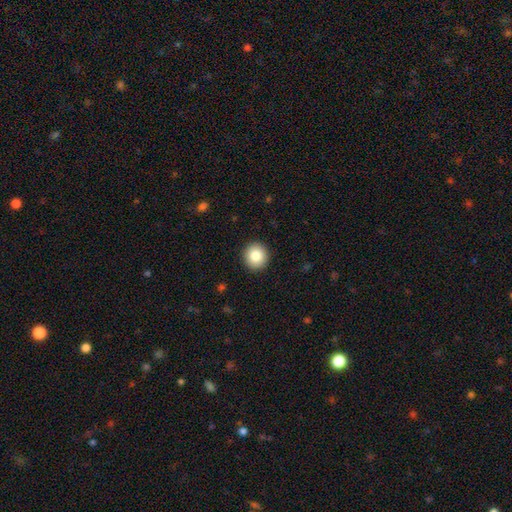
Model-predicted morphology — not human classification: Smooth or featured: smooth — 83% (star or artifact — 9%)
How rounded: round — 90% (in between — 9%)
Merging: none — 92% (minor disturbance — 5%)